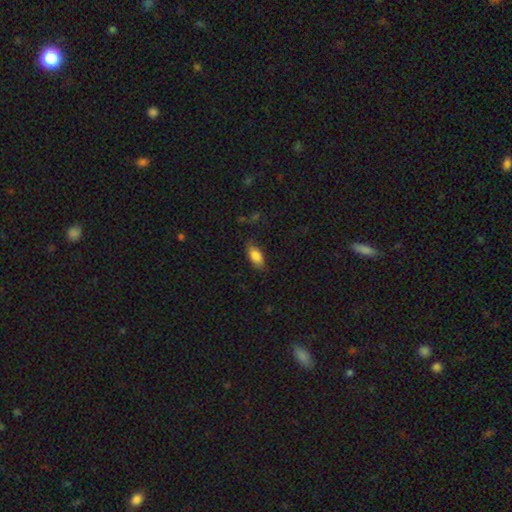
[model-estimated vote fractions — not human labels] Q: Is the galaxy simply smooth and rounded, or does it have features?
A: smooth — 84%.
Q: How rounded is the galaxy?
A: in between — 88%.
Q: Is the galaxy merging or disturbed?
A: none — 78%.